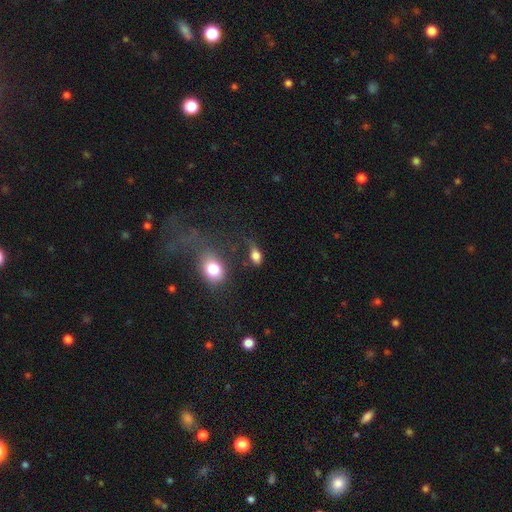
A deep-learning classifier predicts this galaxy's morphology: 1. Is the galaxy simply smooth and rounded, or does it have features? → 77% smooth, 12% featured or disk, 11% star or artifact.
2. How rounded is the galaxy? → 77% in between, 19% round, 4% cigar-shaped.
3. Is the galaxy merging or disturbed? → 37% none, 27% minor disturbance, 25% major disturbance, 10% merger.